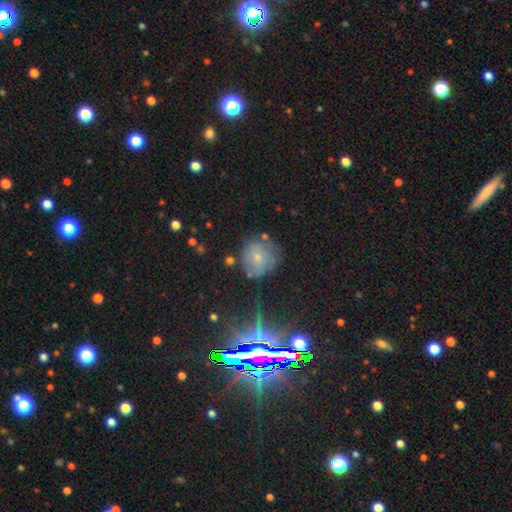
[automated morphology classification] Smooth or featured: smooth — 46% (featured or disk — 29%)
Merging: none — 68% (minor disturbance — 20%)